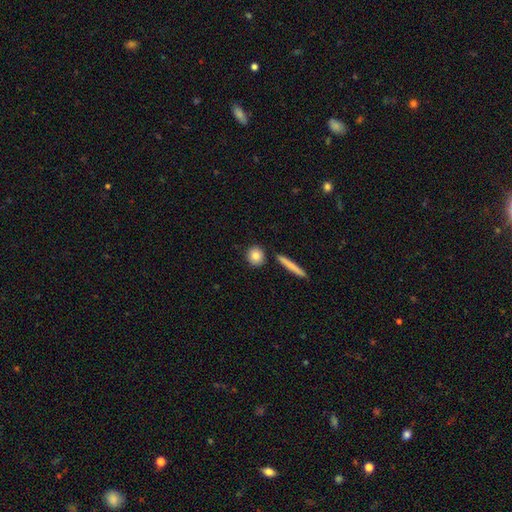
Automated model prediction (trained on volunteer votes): Smooth or featured? smooth (83%)
How rounded? round (84%)
Merging? none (85%)